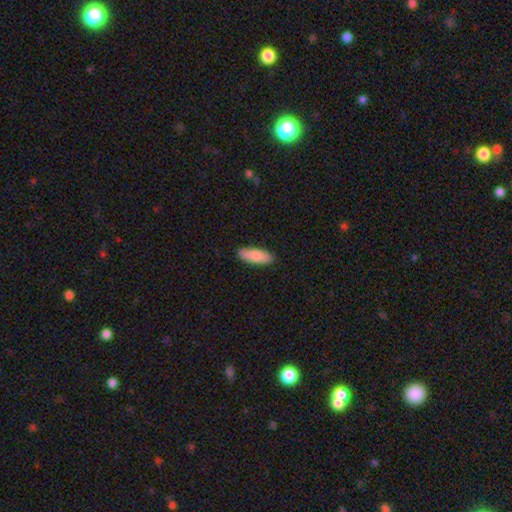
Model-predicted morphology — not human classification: This appears to be a smooth galaxy with no disk features (84%) that is in between round and cigar-shaped (65%). Merging: none (88%).